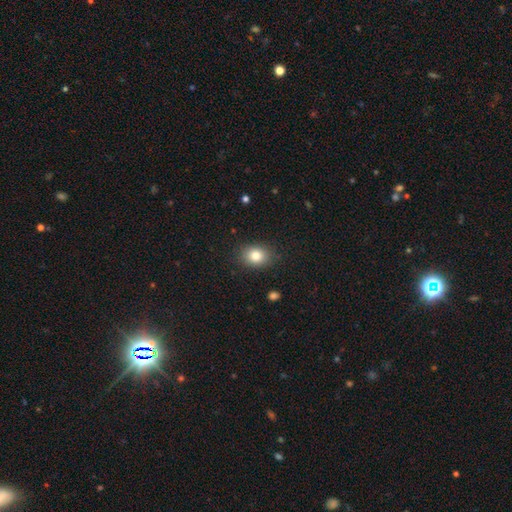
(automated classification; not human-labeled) This is clearly a smooth galaxy (82%). How rounded: possibly in between (56%). Merging: clearly none (86%).